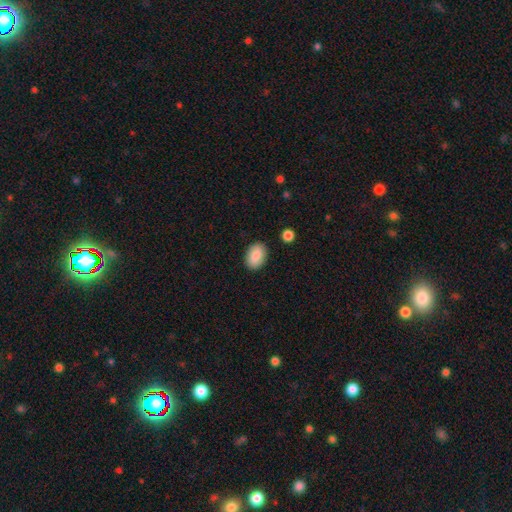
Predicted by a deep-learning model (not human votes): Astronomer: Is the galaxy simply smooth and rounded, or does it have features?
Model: smooth — 88%.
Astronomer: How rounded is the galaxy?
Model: in between — 87%.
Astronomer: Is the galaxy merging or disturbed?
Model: none — 87%.